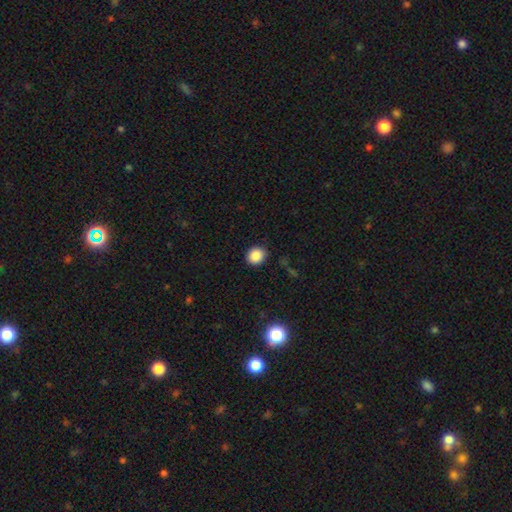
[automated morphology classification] This appears to be a smooth galaxy with no disk features (87%) that is round (83%). Merging: none (90%).